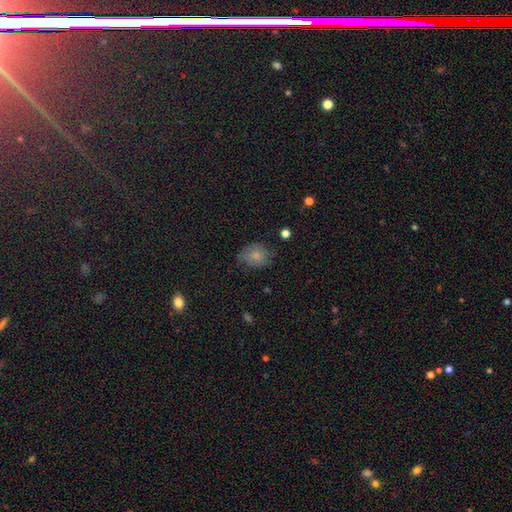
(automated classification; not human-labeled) Smooth or featured? smooth (79%)
How rounded? round (50%)
Merging? none (69%)